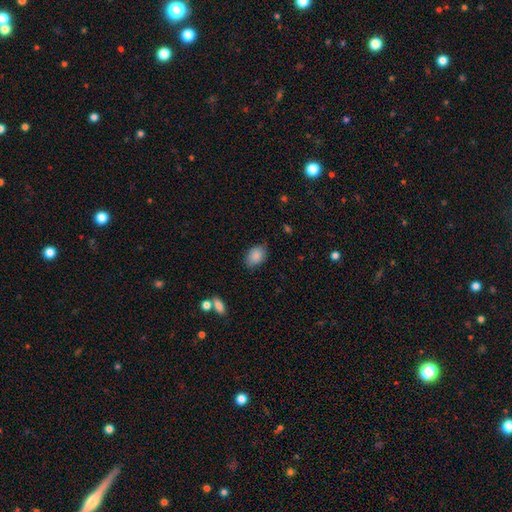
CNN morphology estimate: Smooth or featured: smooth — 87% (star or artifact — 8%)
How rounded: in between — 83% (round — 16%)
Merging: none — 76% (minor disturbance — 19%)